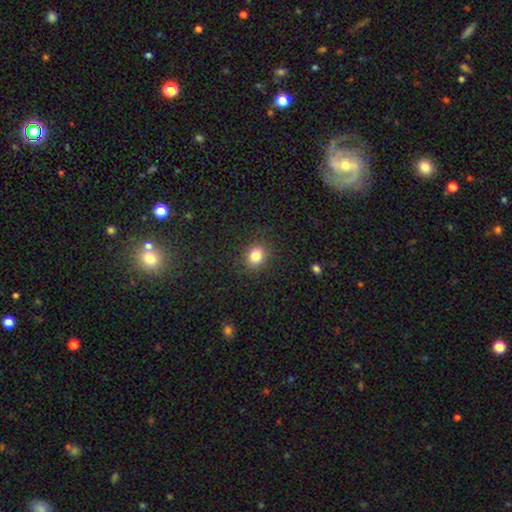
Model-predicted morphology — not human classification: A smooth galaxy with no disk features (82%) that is round (63%). Merging: none (88%).